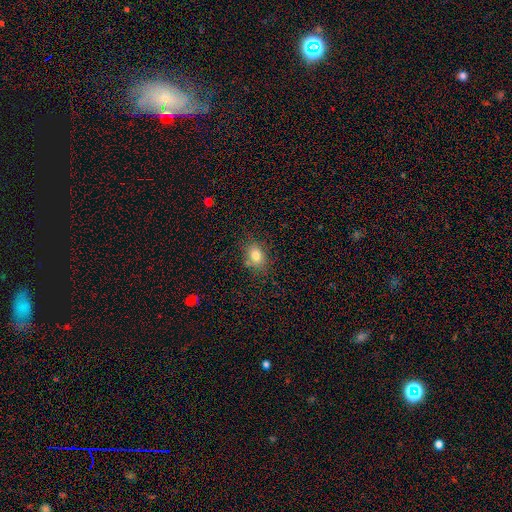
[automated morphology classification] smooth_or_featured: smooth (p=0.80) [alt: star or artifact p=0.11]
how_rounded: in between (p=0.67) [alt: round p=0.32]
merging: none (p=0.76) [alt: minor disturbance p=0.15]